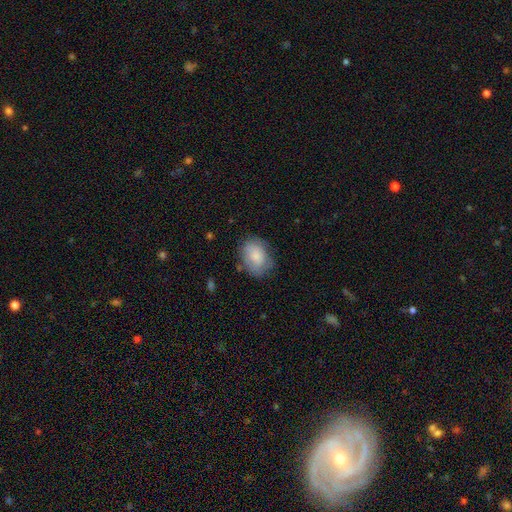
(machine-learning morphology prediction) type=smooth (78%); roundness=in between (71%); merging=none (68%).